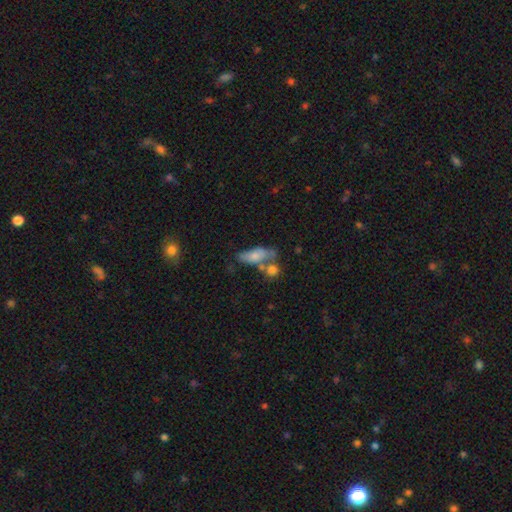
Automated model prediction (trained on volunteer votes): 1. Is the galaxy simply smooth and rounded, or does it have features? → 67% smooth, 25% featured or disk, 8% star or artifact.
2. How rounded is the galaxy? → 71% in between, 24% cigar-shaped, 5% round.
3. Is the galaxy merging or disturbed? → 38% none, 32% merger, 19% minor disturbance, 11% major disturbance.